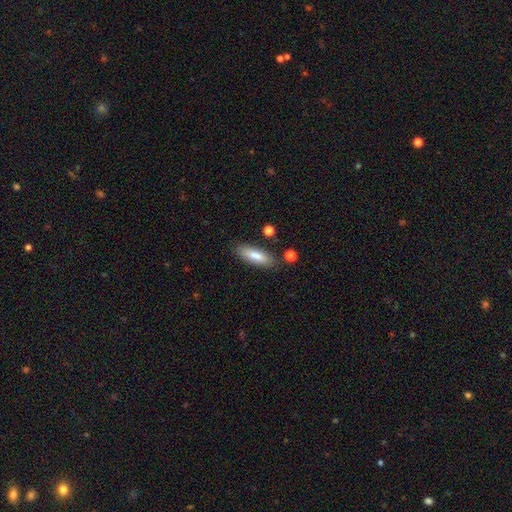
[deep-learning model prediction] Smooth or featured? smooth (81%)
How rounded? in between (52%)
Merging? none (82%)